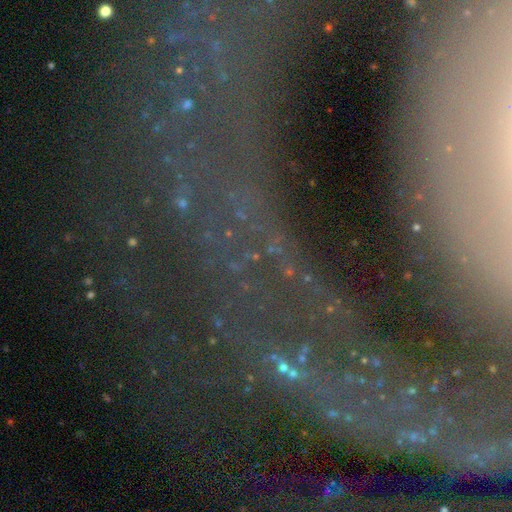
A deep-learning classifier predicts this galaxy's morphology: type=star or artifact (61%).